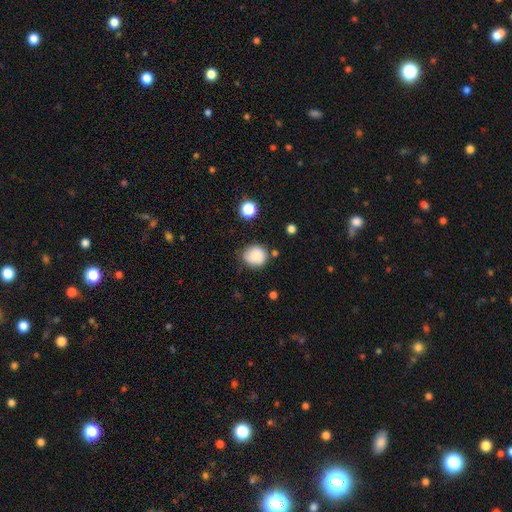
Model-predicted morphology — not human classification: type=smooth (84%); roundness=round (79%); merging=none (73%).